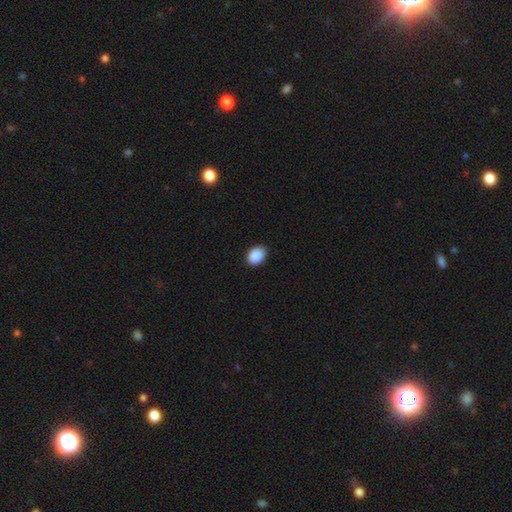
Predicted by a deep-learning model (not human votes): Overall: smooth (90%). How rounded: in between (69%; round 30%). Merging: none (84%).